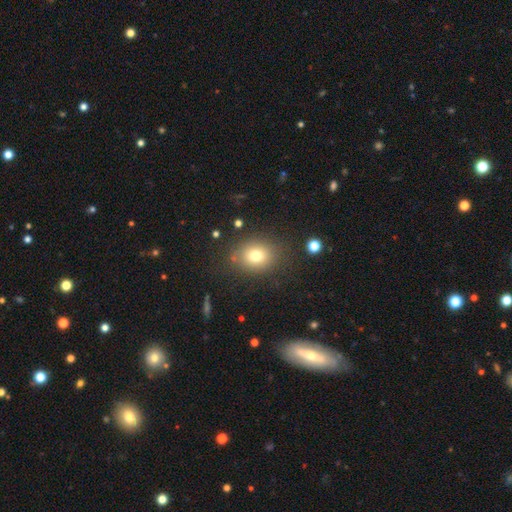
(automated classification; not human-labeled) The model was most divided on "how rounded": round: 59%, in between: 40%, cigar-shaped: 1%. More confident: merging — none (80%); smooth or featured — smooth (75%).